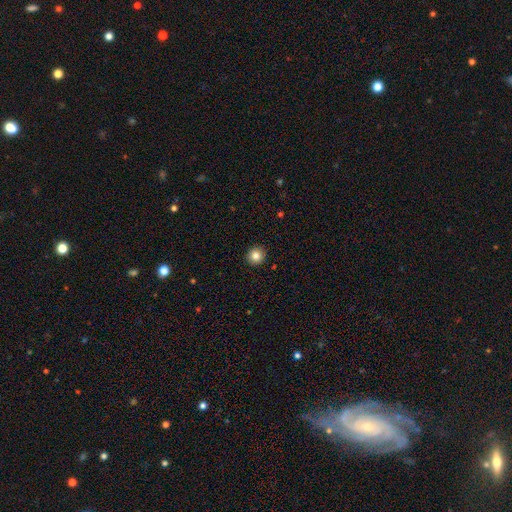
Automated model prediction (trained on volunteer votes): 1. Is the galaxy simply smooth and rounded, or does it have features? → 84% smooth, 10% star or artifact, 6% featured or disk.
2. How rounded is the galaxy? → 93% round, 6% in between, 1% cigar-shaped.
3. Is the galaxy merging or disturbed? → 93% none, 5% minor disturbance, 1% major disturbance, 1% merger.